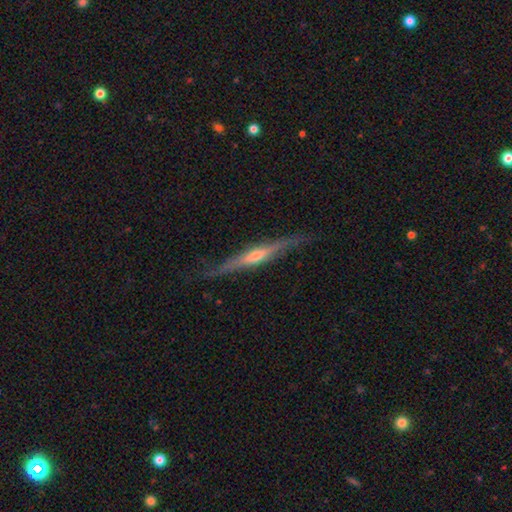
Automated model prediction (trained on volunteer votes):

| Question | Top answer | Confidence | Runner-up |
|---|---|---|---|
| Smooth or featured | featured or disk | 71% | smooth (23%) |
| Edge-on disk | yes | 95% | no (5%) |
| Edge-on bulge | rounded | 60% | none (27%) |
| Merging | none | 78% | minor disturbance (17%) |